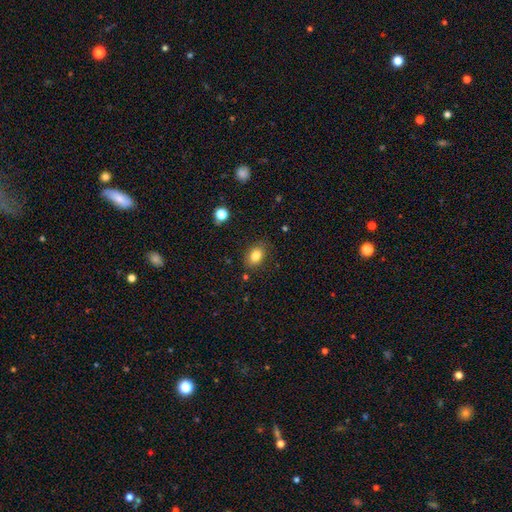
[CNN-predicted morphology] smooth_or_featured: smooth (p=0.82) [alt: star or artifact p=0.10]
how_rounded: in between (p=0.72) [alt: round p=0.26]
merging: none (p=0.82) [alt: minor disturbance p=0.13]